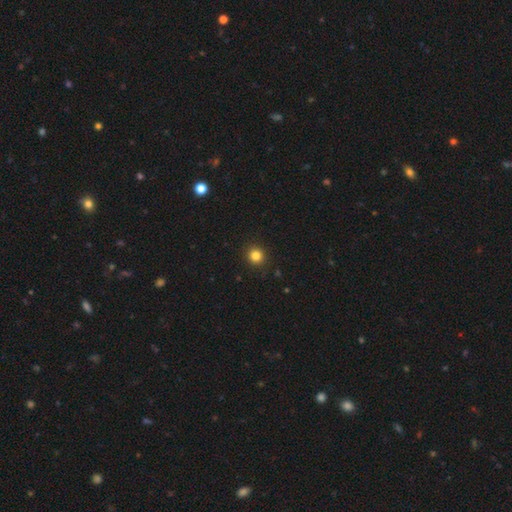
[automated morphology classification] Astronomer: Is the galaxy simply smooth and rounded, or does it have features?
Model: smooth — 83%.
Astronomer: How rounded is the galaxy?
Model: round — 92%.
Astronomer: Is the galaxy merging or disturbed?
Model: none — 92%.